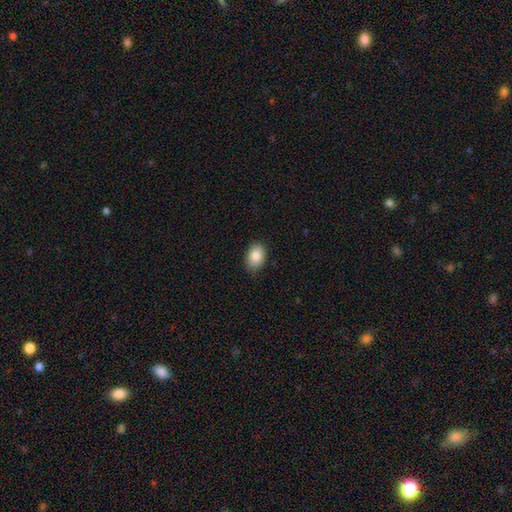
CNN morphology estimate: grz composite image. It shows a smooth galaxy with no disk features (86%) that is in between round and cigar-shaped (78%). Merging: none (83%).